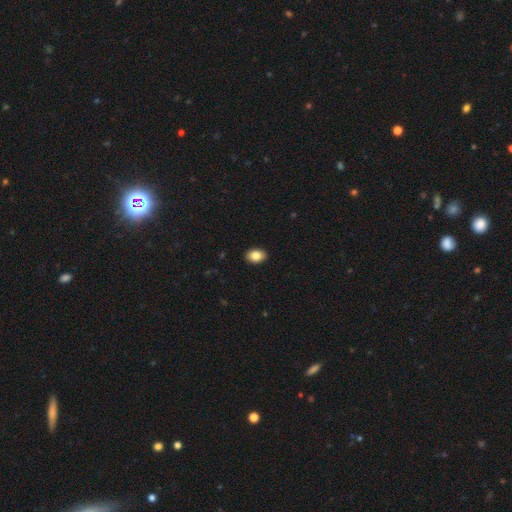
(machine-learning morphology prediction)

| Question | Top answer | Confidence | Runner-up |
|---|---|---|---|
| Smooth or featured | smooth | 84% | star or artifact (8%) |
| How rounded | in between | 75% | round (24%) |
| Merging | none | 91% | minor disturbance (6%) |